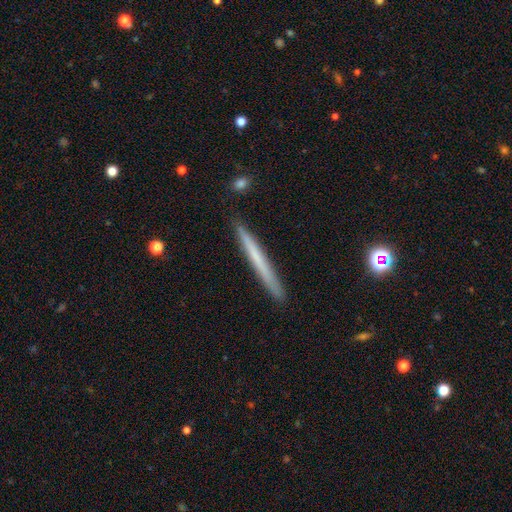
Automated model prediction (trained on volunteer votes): Morphology: type=smooth (57%); roundness=cigar-shaped (97%); merging=none (90%).